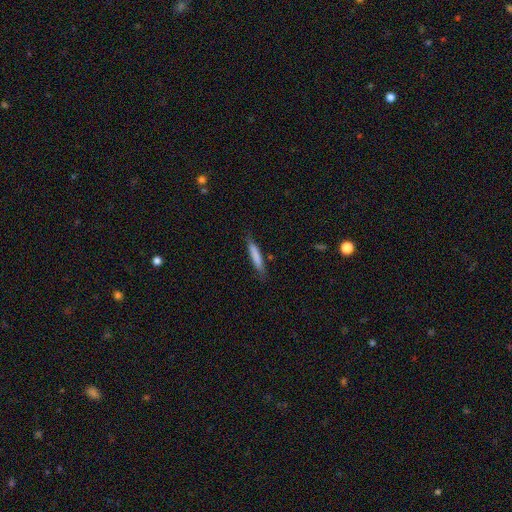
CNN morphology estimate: Smooth or featured?
  - smooth: 78% *
  - featured or disk: 16%
  - star or artifact: 6%
How rounded?
  - cigar-shaped: 91% *
  - in between: 8%
  - round: 1%
Merging?
  - none: 81% *
  - minor disturbance: 14%
  - major disturbance: 3%
  - merger: 2%